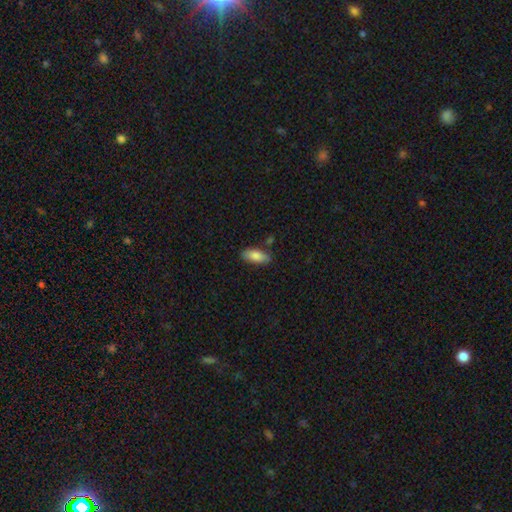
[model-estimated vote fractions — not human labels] A smooth galaxy with no disk features (84%) that is in between round and cigar-shaped (85%).

Vote fractions:
- Smooth or featured? smooth: 84% / featured or disk: 10% / star or artifact: 6%
- How rounded? in between: 85% / cigar-shaped: 13% / round: 2%
- Merging? none: 79% / minor disturbance: 14% / merger: 4% / major disturbance: 3%